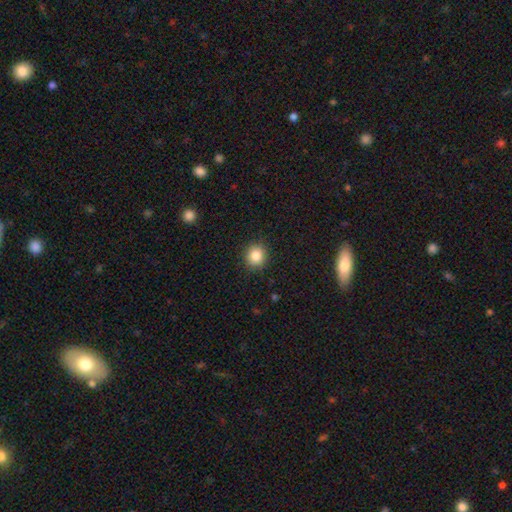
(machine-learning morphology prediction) This appears to be a smooth galaxy with no disk features (86%) that is round (87%). Merging: none (90%).